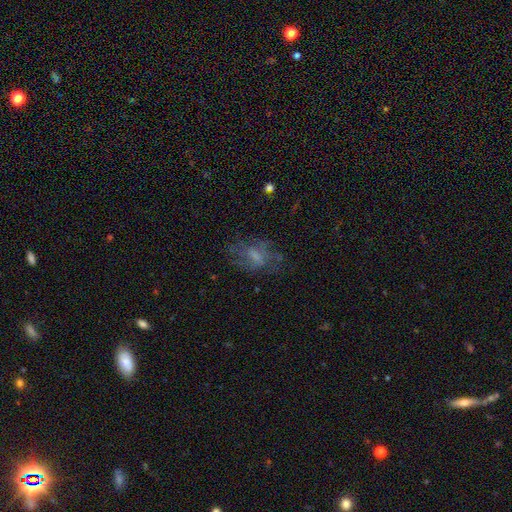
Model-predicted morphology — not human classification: A featured or disk galaxy (48%).

Vote fractions:
- Smooth or featured? featured or disk: 48% / smooth: 39% / star or artifact: 14%
- Merging? none: 53% / major disturbance: 24% / minor disturbance: 21% / merger: 2%